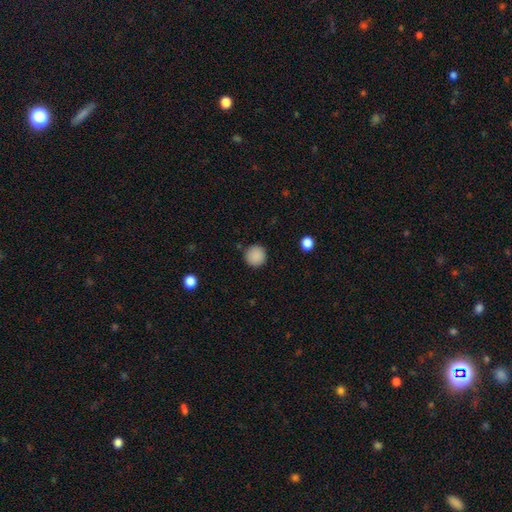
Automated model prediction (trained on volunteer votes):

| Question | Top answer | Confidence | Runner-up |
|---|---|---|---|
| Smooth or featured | smooth | 89% | star or artifact (8%) |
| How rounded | round | 95% | in between (4%) |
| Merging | none | 90% | minor disturbance (6%) |